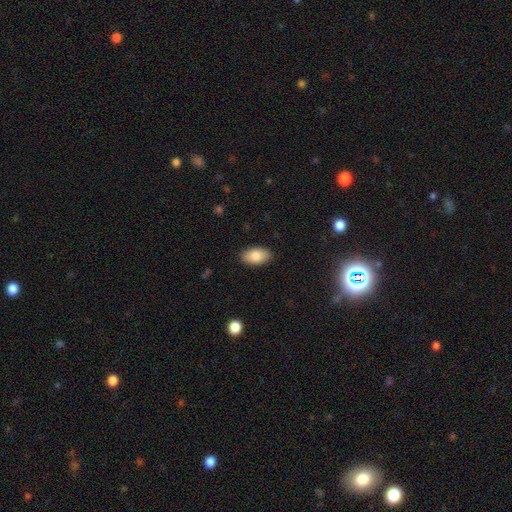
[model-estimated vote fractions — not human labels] A smooth galaxy with no disk features (85%) that is in between round and cigar-shaped (94%). Merging: none (88%).